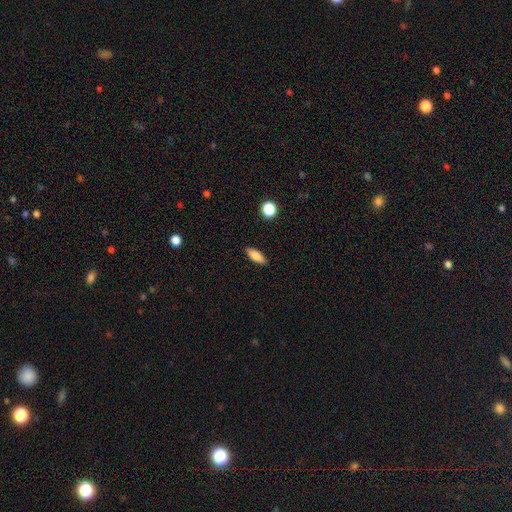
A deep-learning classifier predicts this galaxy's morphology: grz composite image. It shows a smooth galaxy with no disk features (82%) that is in between round and cigar-shaped (64%). Merging: none (88%).